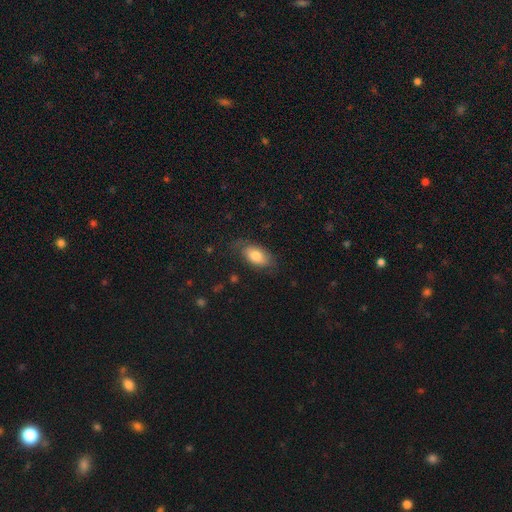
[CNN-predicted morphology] The model was most divided on "merging": none: 69%, minor disturbance: 22%, major disturbance: 7%, merger: 1%. More confident: how rounded — in between (91%); smooth or featured — smooth (75%).